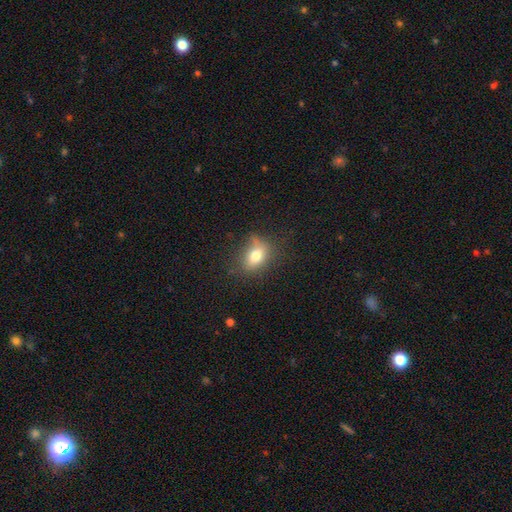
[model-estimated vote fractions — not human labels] Smooth or featured? smooth (75%)
How rounded? in between (74%)
Merging? none (60%)